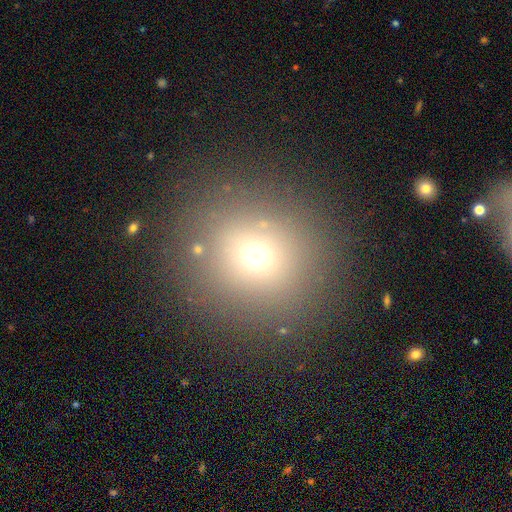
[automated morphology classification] Smooth or featured?
  - smooth: 67% *
  - star or artifact: 22%
  - featured or disk: 11%
How rounded?
  - round: 88% *
  - in between: 11%
  - cigar-shaped: 1%
Merging?
  - none: 85% *
  - minor disturbance: 8%
  - major disturbance: 4%
  - merger: 3%